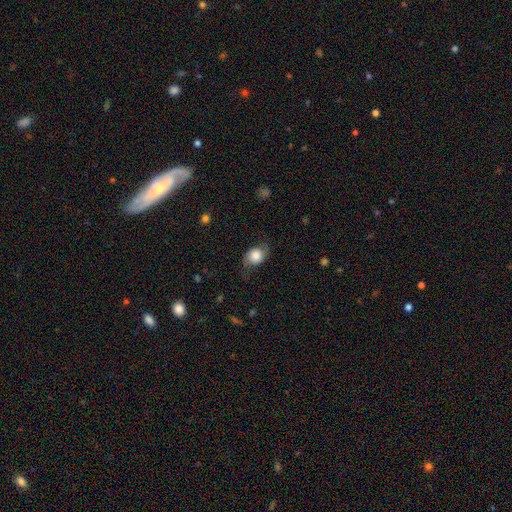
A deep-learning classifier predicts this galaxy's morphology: A smooth galaxy with no disk features (68%) that is in between round and cigar-shaped (59%).

Vote fractions:
- Smooth or featured? smooth: 68% / featured or disk: 23% / star or artifact: 8%
- How rounded? in between: 59% / round: 40% / cigar-shaped: 1%
- Merging? none: 65% / minor disturbance: 24% / major disturbance: 10% / merger: 1%